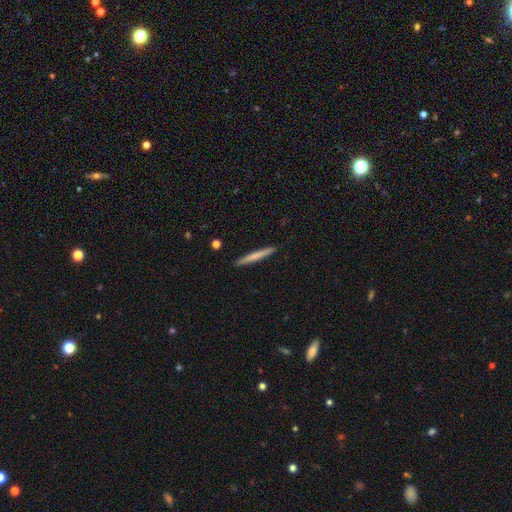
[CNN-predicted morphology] The model was most divided on "smooth or featured": smooth: 68%, featured or disk: 27%, star or artifact: 5%. More confident: how rounded — cigar-shaped (97%); merging — none (92%).